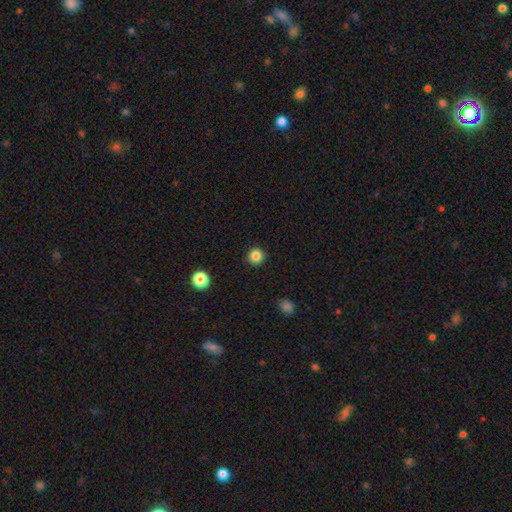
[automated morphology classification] smooth_or_featured: smooth (p=0.85) [alt: star or artifact p=0.11]
how_rounded: round (p=0.93) [alt: in between p=0.06]
merging: none (p=0.91) [alt: minor disturbance p=0.06]